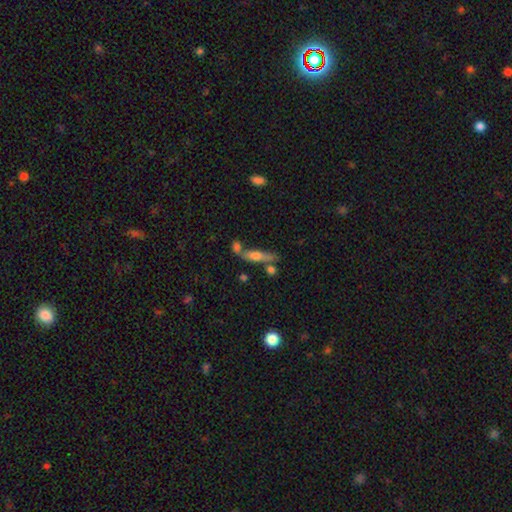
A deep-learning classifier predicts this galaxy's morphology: Smooth or featured? Predicted: smooth (p=0.53). How rounded? Predicted: cigar-shaped (p=0.76). Merging? Predicted: none (p=0.56).